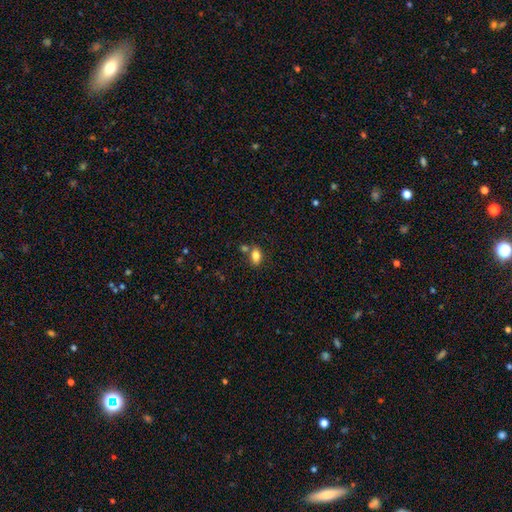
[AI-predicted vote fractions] This appears to be a smooth galaxy with no disk features (81%) that is in between round and cigar-shaped (83%). Merging: none (64%).